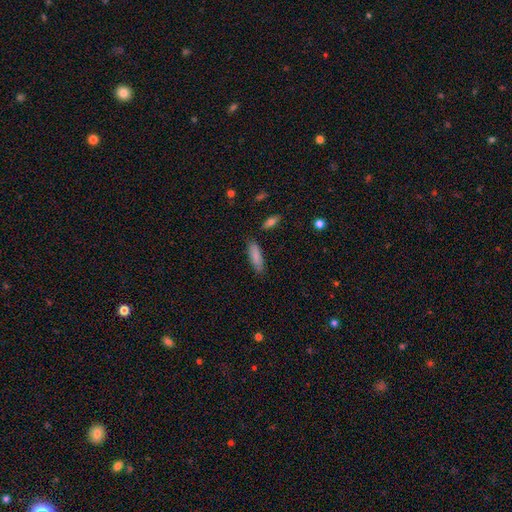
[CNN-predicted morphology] Smooth or featured?
  - smooth: 85% *
  - featured or disk: 9%
  - star or artifact: 6%
How rounded?
  - in between: 53% *
  - cigar-shaped: 45%
  - round: 2%
Merging?
  - none: 81% *
  - minor disturbance: 14%
  - merger: 3%
  - major disturbance: 3%